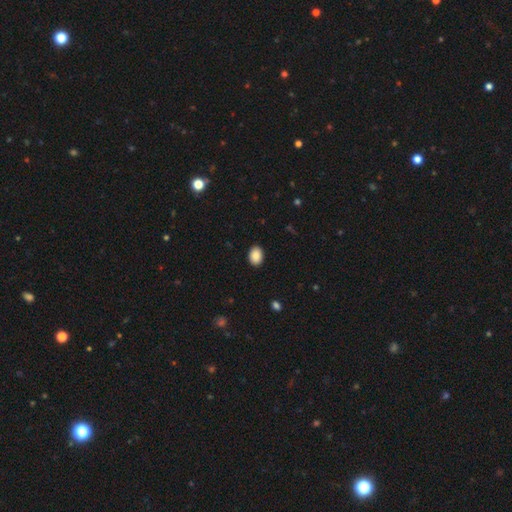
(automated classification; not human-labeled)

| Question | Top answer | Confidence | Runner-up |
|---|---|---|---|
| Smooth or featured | smooth | 89% | star or artifact (8%) |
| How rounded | in between | 74% | round (25%) |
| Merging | none | 91% | minor disturbance (7%) |